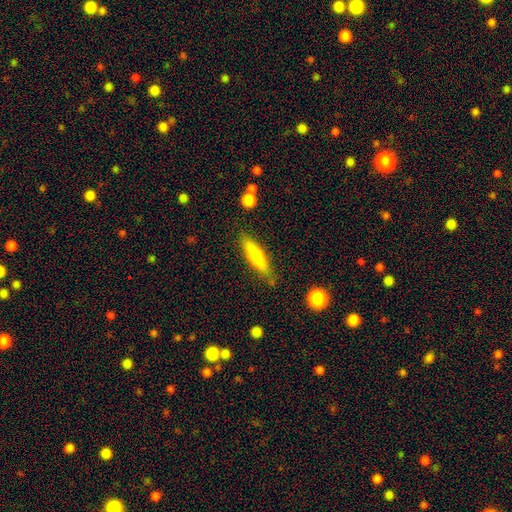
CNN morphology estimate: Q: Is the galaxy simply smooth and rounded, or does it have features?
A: smooth — 64%.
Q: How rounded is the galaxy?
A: cigar-shaped — 78%.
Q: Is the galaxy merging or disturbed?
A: none — 78%.